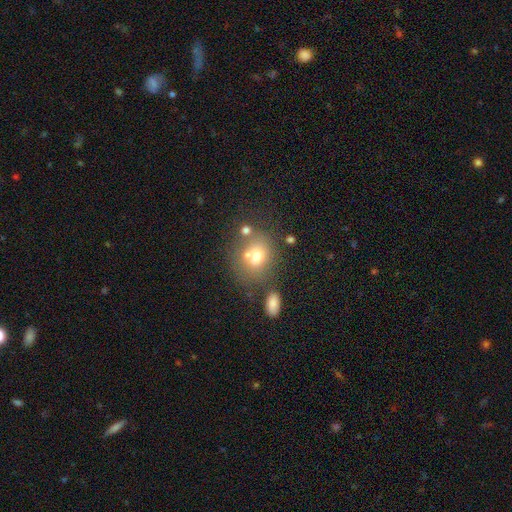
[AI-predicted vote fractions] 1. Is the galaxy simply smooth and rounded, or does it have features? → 68% smooth, 18% featured or disk, 13% star or artifact.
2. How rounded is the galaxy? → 64% round, 34% in between, 1% cigar-shaped.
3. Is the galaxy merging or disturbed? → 52% none, 26% merger, 15% minor disturbance, 7% major disturbance.